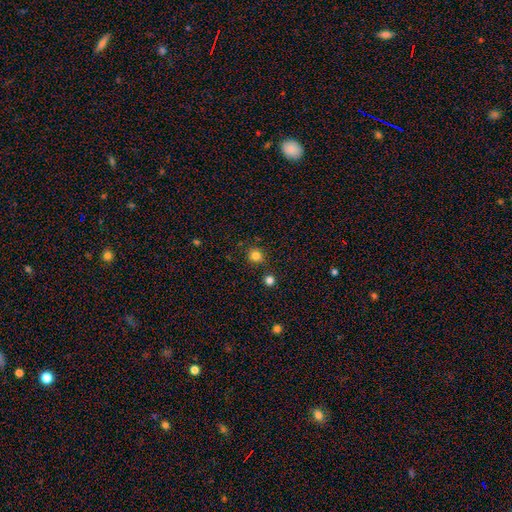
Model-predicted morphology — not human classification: Q: Smooth or featured?
A: smooth (82%); runner-up: star or artifact (14%)
Q: How rounded?
A: round (91%); runner-up: in between (8%)
Q: Merging?
A: none (86%); runner-up: minor disturbance (7%)